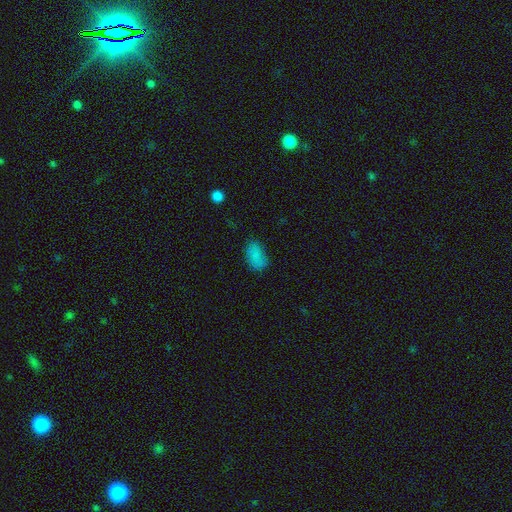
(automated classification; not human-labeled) Q: Smooth or featured?
A: smooth (82%); runner-up: star or artifact (12%)
Q: How rounded?
A: in between (93%); runner-up: round (5%)
Q: Merging?
A: none (67%); runner-up: minor disturbance (24%)